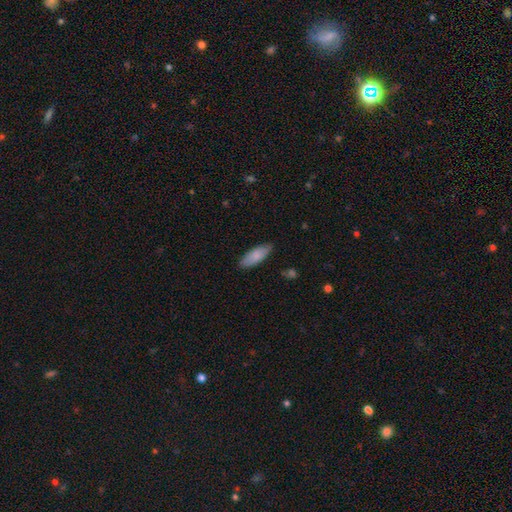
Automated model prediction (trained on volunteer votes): A smooth galaxy with no disk features (83%) that is in between round and cigar-shaped (74%).

Vote fractions:
- Smooth or featured? smooth: 83% / featured or disk: 11% / star or artifact: 5%
- How rounded? in between: 74% / cigar-shaped: 24% / round: 2%
- Merging? none: 83% / minor disturbance: 13% / major disturbance: 2% / merger: 1%